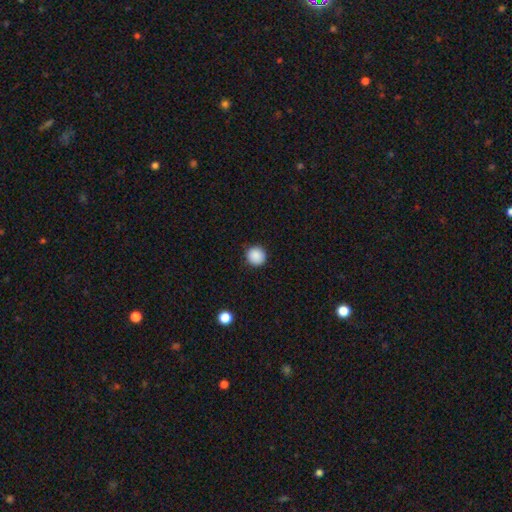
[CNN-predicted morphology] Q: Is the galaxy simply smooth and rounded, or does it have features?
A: smooth — 89%.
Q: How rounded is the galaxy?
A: round — 95%.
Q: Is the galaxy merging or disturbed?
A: none — 91%.